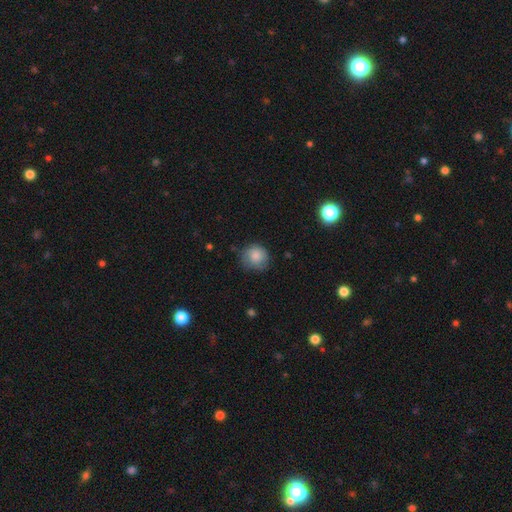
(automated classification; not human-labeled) Overall: smooth (80%). How rounded: round (87%). Merging: none (68%).